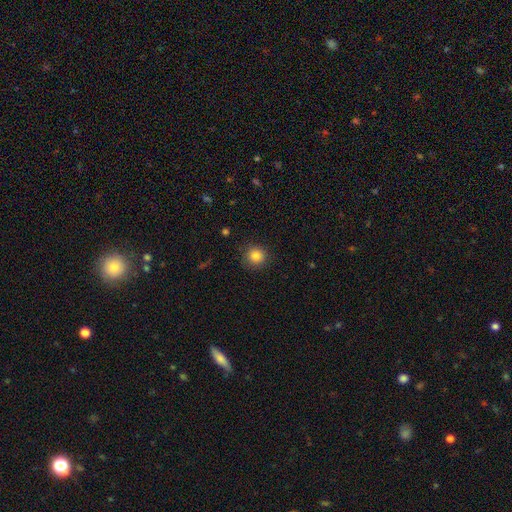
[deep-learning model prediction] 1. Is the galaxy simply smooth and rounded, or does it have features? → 85% smooth, 11% star or artifact, 4% featured or disk.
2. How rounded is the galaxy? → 92% round, 7% in between, 1% cigar-shaped.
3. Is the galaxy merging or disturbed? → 88% none, 8% minor disturbance, 3% major disturbance, 1% merger.